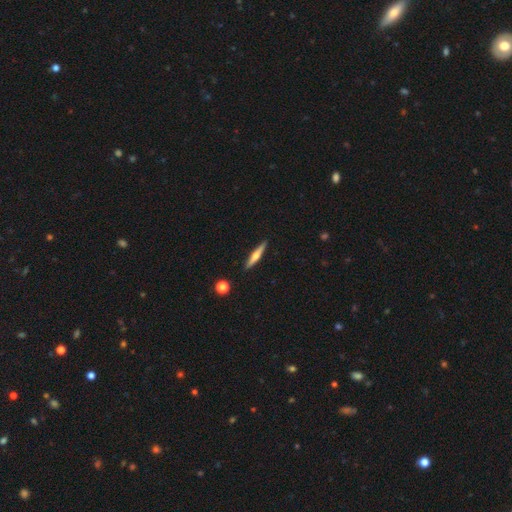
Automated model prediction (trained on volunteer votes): Overall: featured or disk (53%; smooth 41%). Edge-on disk: yes (96%). Edge-on bulge: rounded (85%). Merging: none (90%).